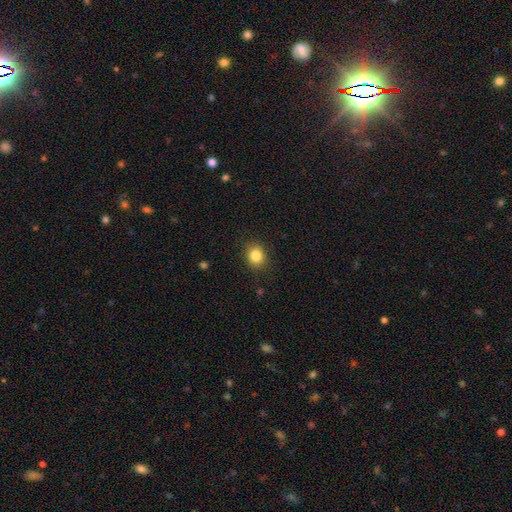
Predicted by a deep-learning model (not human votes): Morphology: type=smooth (84%); roundness=round (72%); merging=none (88%).